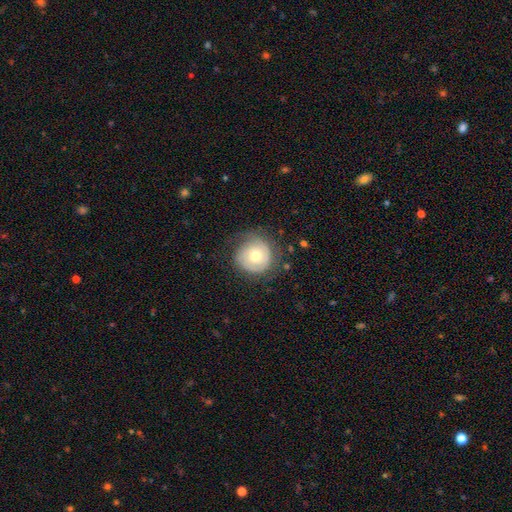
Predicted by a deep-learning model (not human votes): A smooth galaxy with no disk features (48%). Merging: none (63%).